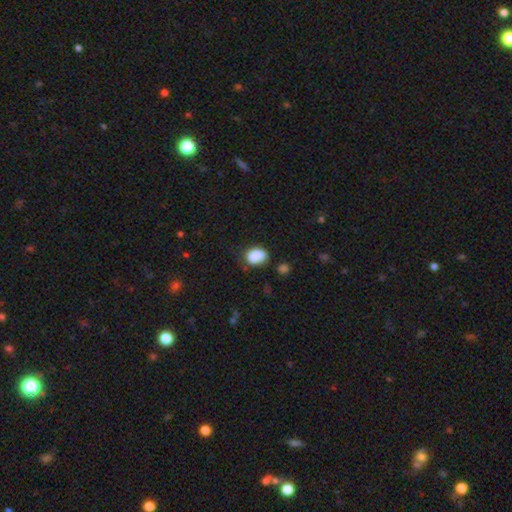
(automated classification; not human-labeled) Q: Smooth or featured?
A: smooth (84%); runner-up: star or artifact (9%)
Q: How rounded?
A: in between (70%); runner-up: round (29%)
Q: Merging?
A: none (58%); runner-up: minor disturbance (29%)